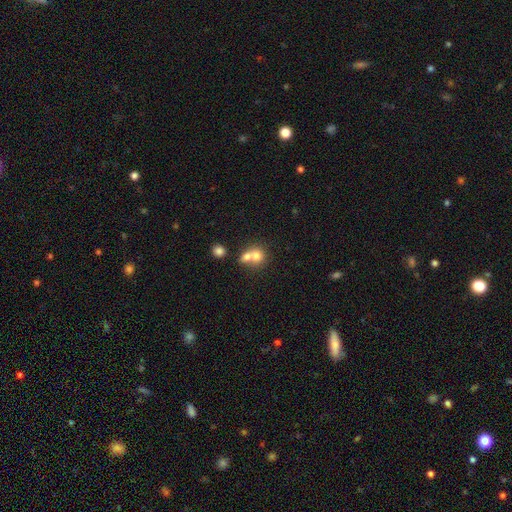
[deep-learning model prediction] Overall: smooth (72%). How rounded: round (73%). Merging: merger (65%; none 26%).